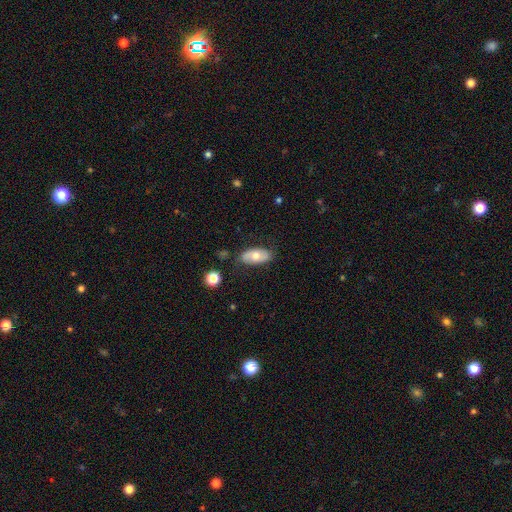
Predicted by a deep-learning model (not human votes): Smooth or featured? Predicted: smooth (p=0.60). How rounded? Predicted: in between (p=0.91). Merging? Predicted: none (p=0.74).